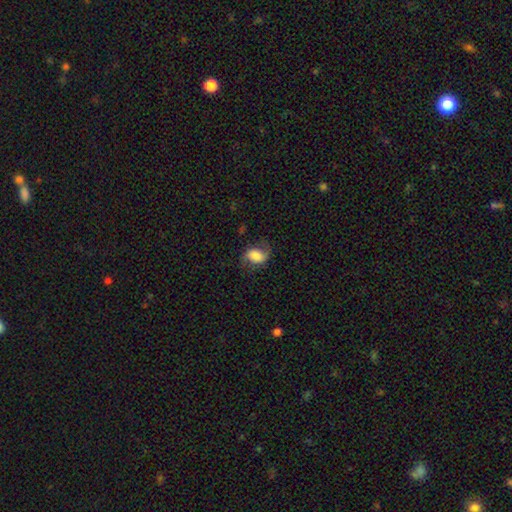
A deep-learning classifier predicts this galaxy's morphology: Smooth or featured? Predicted: smooth (p=0.53). How rounded? Predicted: in between (p=0.73). Merging? Predicted: none (p=0.63).